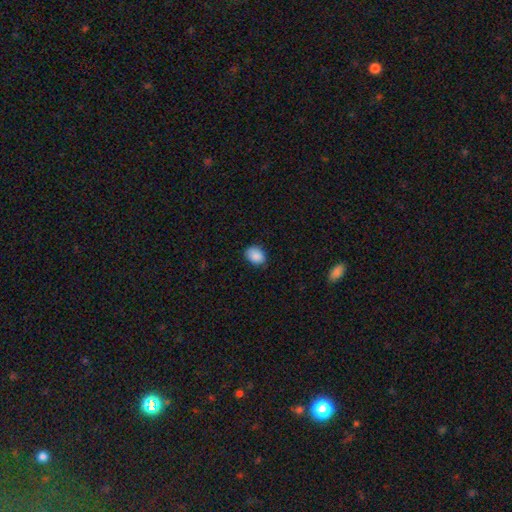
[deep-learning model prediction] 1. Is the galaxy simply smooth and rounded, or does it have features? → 89% smooth, 7% star or artifact, 4% featured or disk.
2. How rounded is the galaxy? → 72% in between, 27% round, 1% cigar-shaped.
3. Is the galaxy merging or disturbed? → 81% none, 15% minor disturbance, 2% major disturbance, 1% merger.